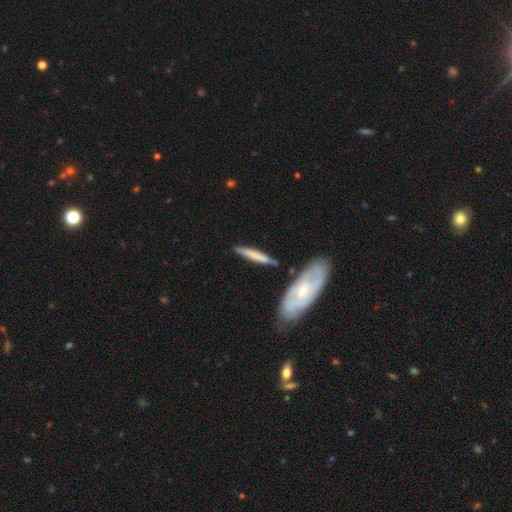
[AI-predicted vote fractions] Smooth or featured? Predicted: smooth (p=0.53). How rounded? Predicted: cigar-shaped (p=0.90). Merging? Predicted: none (p=0.77).